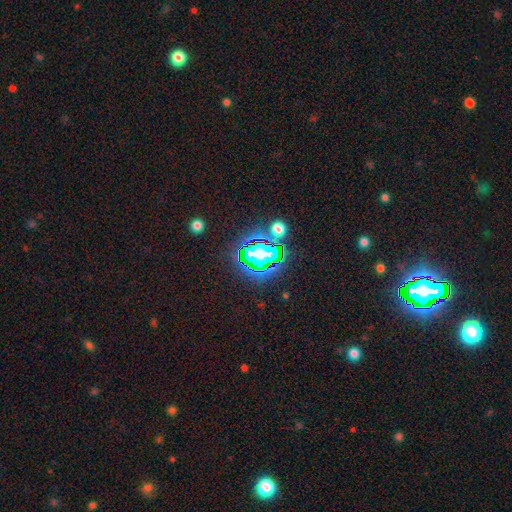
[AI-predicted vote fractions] This appears to be a star or artifact, not a galaxy (75%).